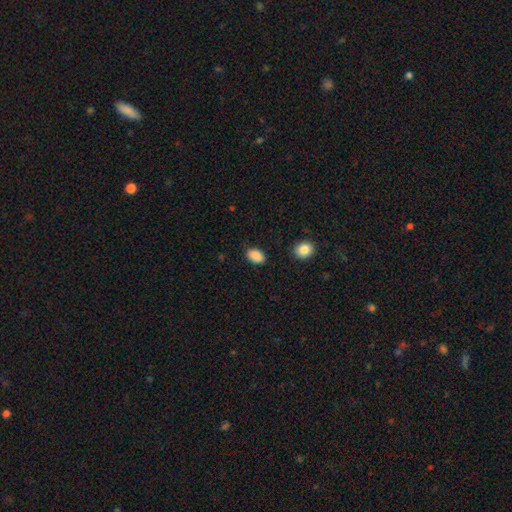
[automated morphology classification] Smooth or featured: smooth — 88% (star or artifact — 8%)
How rounded: in between — 84% (round — 15%)
Merging: none — 83% (minor disturbance — 13%)